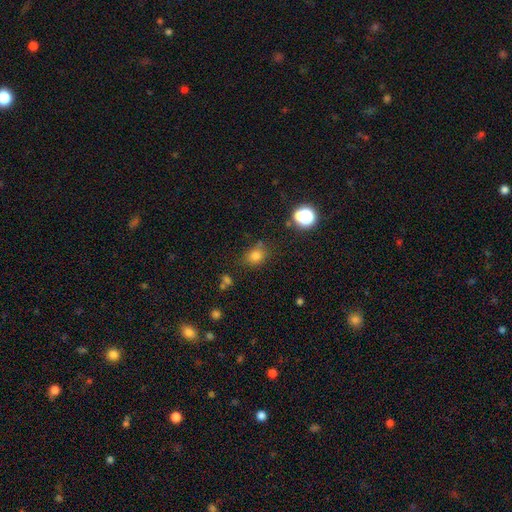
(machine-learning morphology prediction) A smooth galaxy with no disk features (77%) that is round (59%). Merging: none (71%).